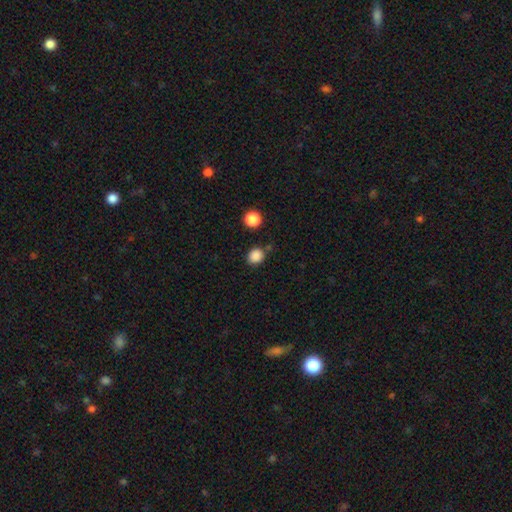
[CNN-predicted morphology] A smooth galaxy with no disk features (86%) that is round (71%). Merging: none (80%).